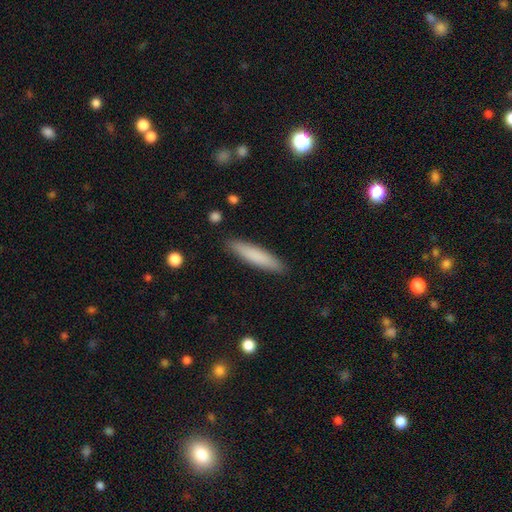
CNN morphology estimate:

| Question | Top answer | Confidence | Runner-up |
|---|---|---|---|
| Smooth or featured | smooth | 80% | featured or disk (14%) |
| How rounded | cigar-shaped | 86% | in between (12%) |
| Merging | none | 90% | minor disturbance (8%) |